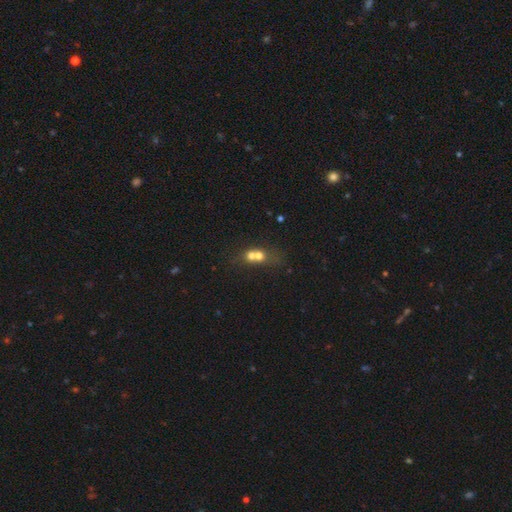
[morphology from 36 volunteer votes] A smooth galaxy with no disk features (58%) that is round (52%). Merging: merger (73%).